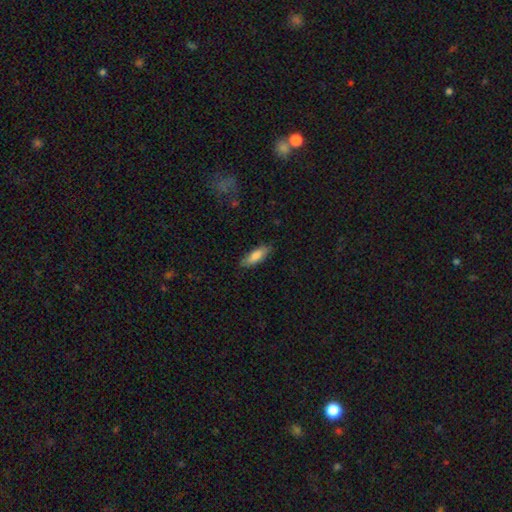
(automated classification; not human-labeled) Morphology: type=smooth (81%); roundness=in between (56%); merging=none (82%).